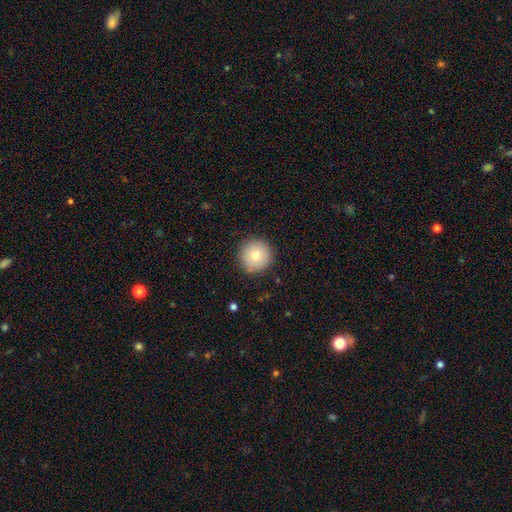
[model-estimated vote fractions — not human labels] A smooth galaxy with no disk features (78%) that is round (96%). Merging: none (89%).